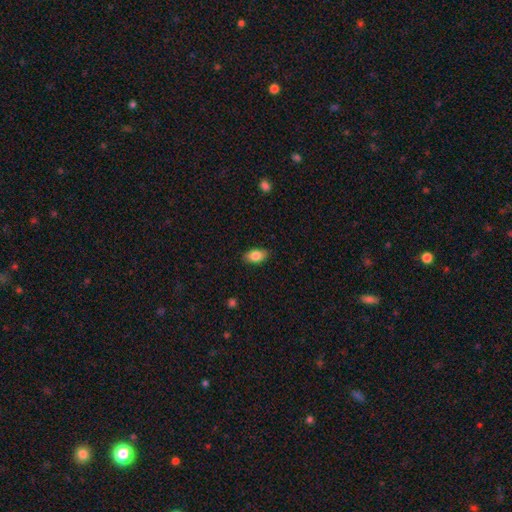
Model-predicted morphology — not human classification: A smooth galaxy with no disk features (84%) that is in between round and cigar-shaped (91%). Merging: none (87%).